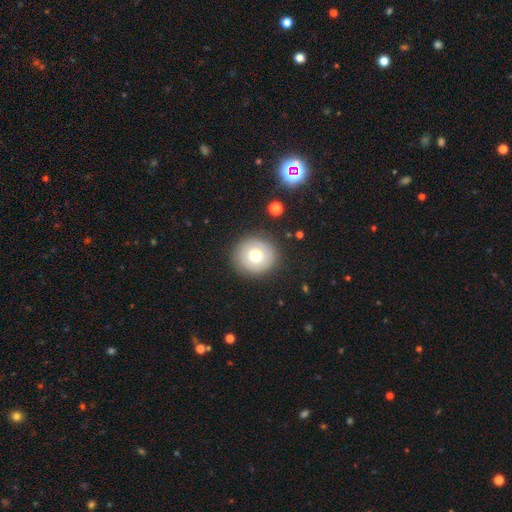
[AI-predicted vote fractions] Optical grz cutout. It shows a smooth galaxy with no disk features (65%) that is round (89%). Merging: none (86%).